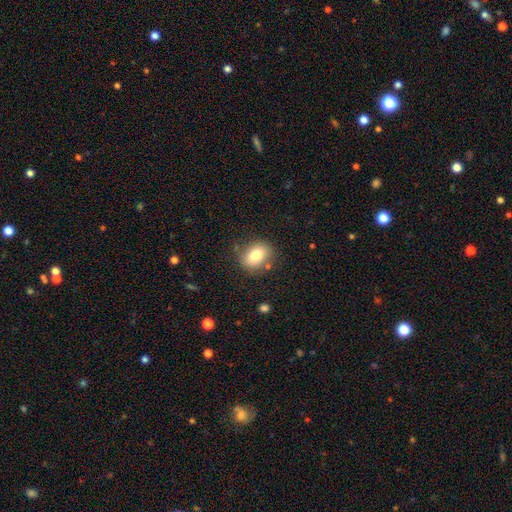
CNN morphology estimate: Overall: smooth (78%). How rounded: in between (65%; round 34%). Merging: none (78%).